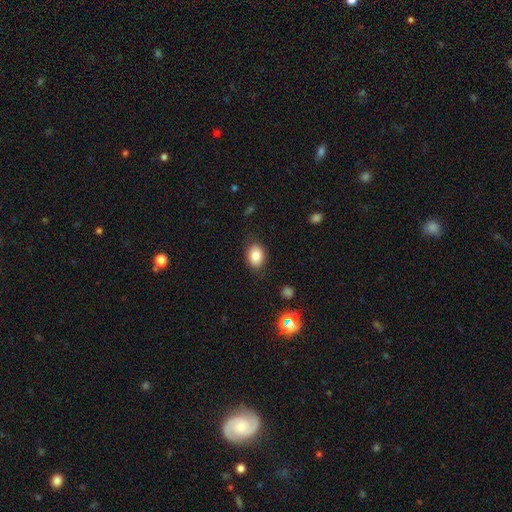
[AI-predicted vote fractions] smooth-or-featured: smooth: 83% | star or artifact: 9% | featured or disk: 8%
  how-rounded: in between: 71% | round: 28% | cigar-shaped: 1%
  merging: none: 83% | minor disturbance: 12% | major disturbance: 3% | merger: 1%